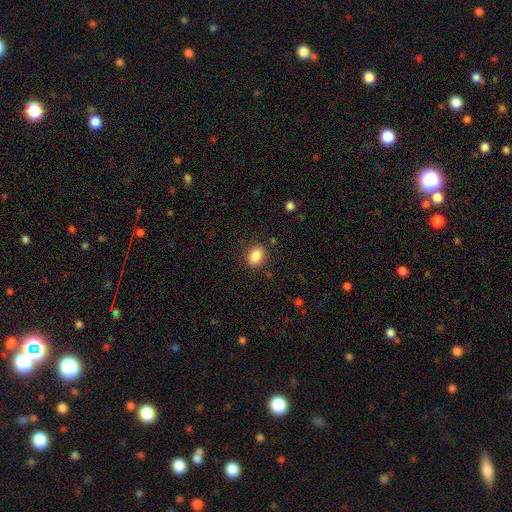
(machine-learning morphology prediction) smooth 87%, star or artifact 9%, featured or disk 5%. Down the decision tree: how rounded — in between (75%); merging — none (85%).